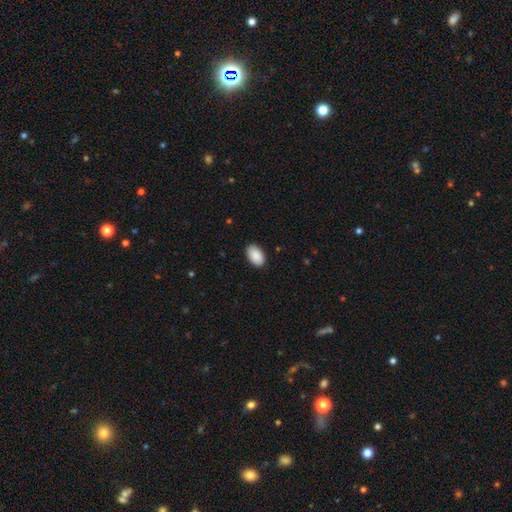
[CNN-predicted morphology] This appears to be a smooth galaxy with no disk features (91%) that is in between round and cigar-shaped (93%). Merging: none (88%).